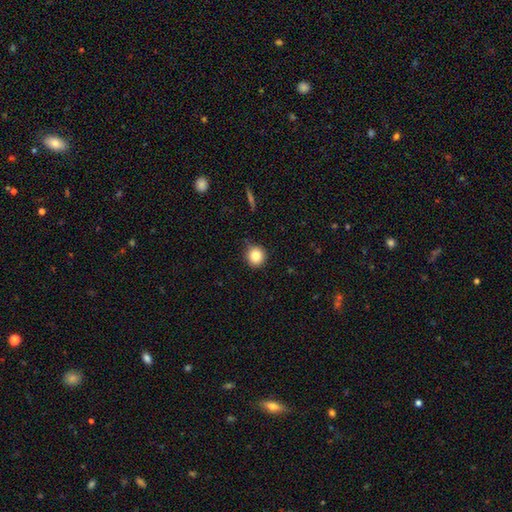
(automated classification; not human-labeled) Smooth or featured: smooth — 84% (star or artifact — 11%)
How rounded: round — 92% (in between — 7%)
Merging: none — 86% (minor disturbance — 11%)